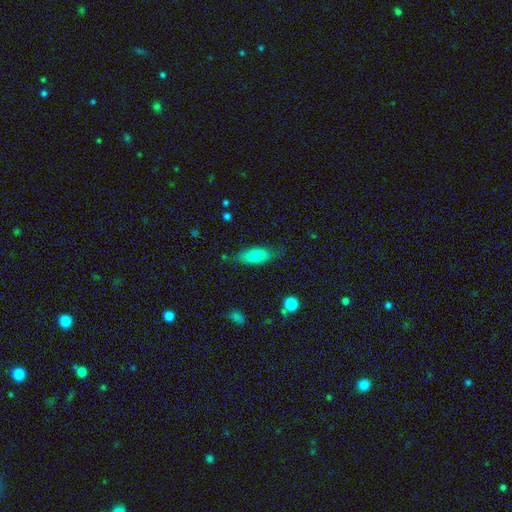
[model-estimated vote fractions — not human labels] A smooth galaxy with no disk features (84%) that is in between round and cigar-shaped (80%).

Vote fractions:
- Smooth or featured? smooth: 84% / featured or disk: 9% / star or artifact: 7%
- How rounded? in between: 80% / cigar-shaped: 17% / round: 2%
- Merging? none: 71% / minor disturbance: 21% / major disturbance: 6% / merger: 2%